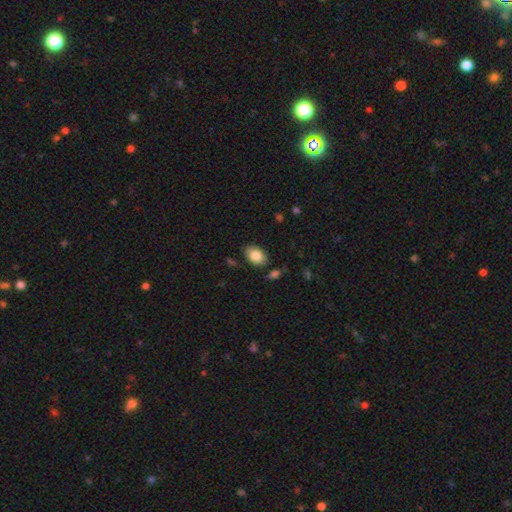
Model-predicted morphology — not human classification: smooth 84%, featured or disk 8%, star or artifact 7%. Down the decision tree: how rounded — in between (81%); merging — none (80%).